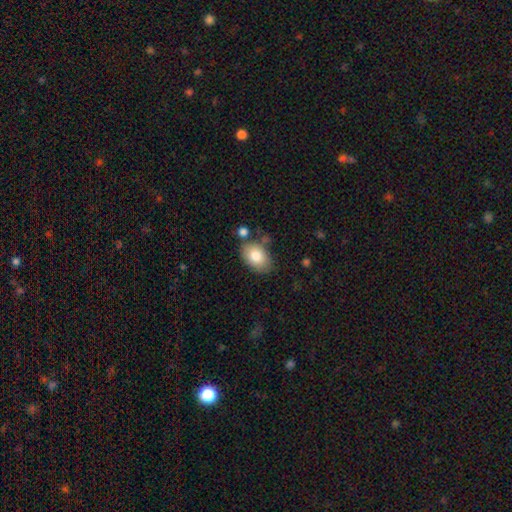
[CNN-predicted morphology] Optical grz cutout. It shows a smooth galaxy with no disk features (80%) that is in between round and cigar-shaped (84%). Merging: none (71%).